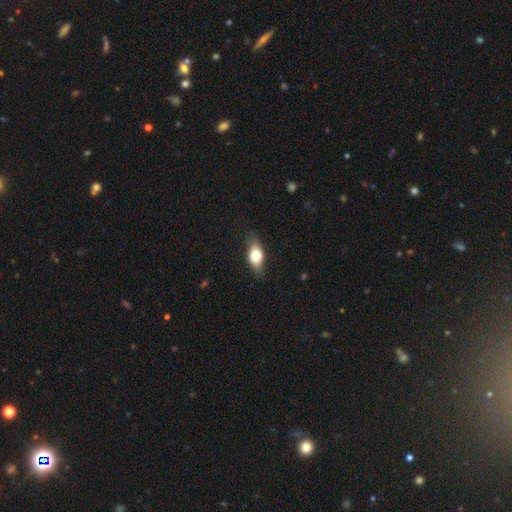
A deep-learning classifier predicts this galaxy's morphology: A smooth galaxy with no disk features (74%) that is in between round and cigar-shaped (82%). Merging: none (76%).